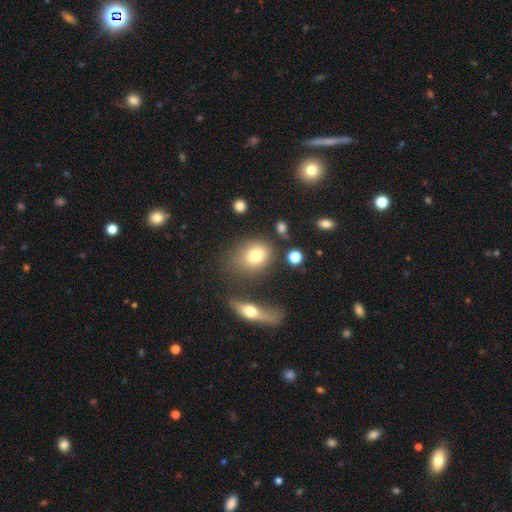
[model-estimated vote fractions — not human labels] smooth_or_featured: smooth (p=0.77) [alt: featured or disk p=0.12]
how_rounded: in between (p=0.51) [alt: round p=0.47]
merging: none (p=0.65) [alt: minor disturbance p=0.16]